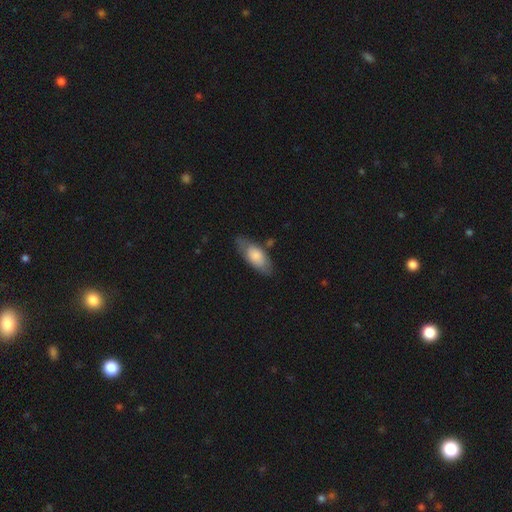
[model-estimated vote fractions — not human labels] The model was most divided on "merging": none: 71%, minor disturbance: 21%, major disturbance: 5%, merger: 3%. More confident: how rounded — in between (80%); smooth or featured — smooth (74%).